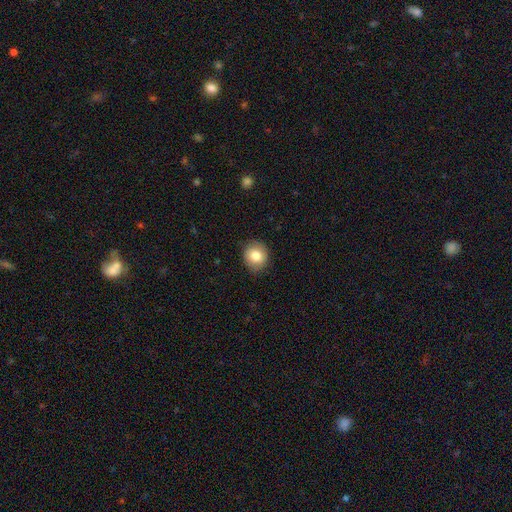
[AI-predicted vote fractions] smooth 81%, featured or disk 10%, star or artifact 9%. Down the decision tree: how rounded — round (81%); merging — none (86%).